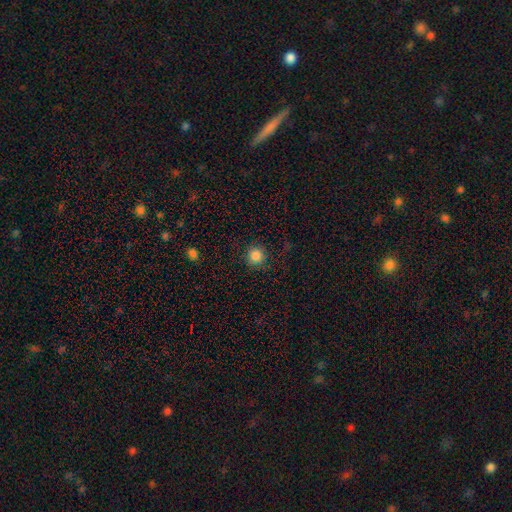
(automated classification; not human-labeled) This is clearly a smooth galaxy (84%). How rounded: clearly round (94%). Merging: clearly none (88%).